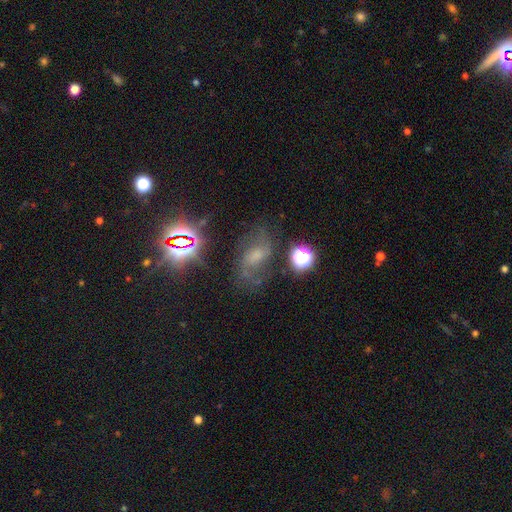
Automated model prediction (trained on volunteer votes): A featured or disk galaxy (55%) with a weak bar (46%), spiral arms (86%) and a moderate central bulge (33%). Merging: none (55%).